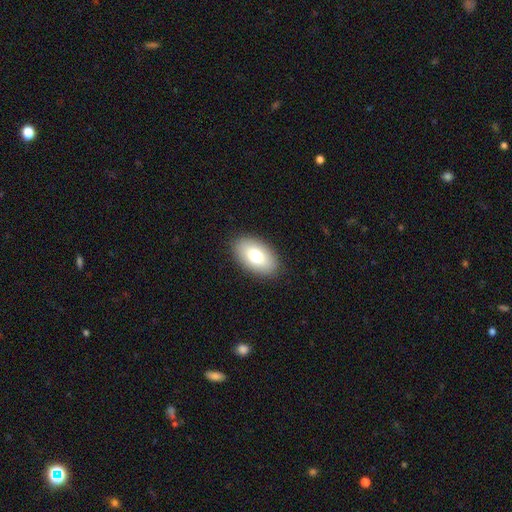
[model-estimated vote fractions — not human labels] Smooth or featured? smooth (76%)
How rounded? in between (93%)
Merging? none (89%)